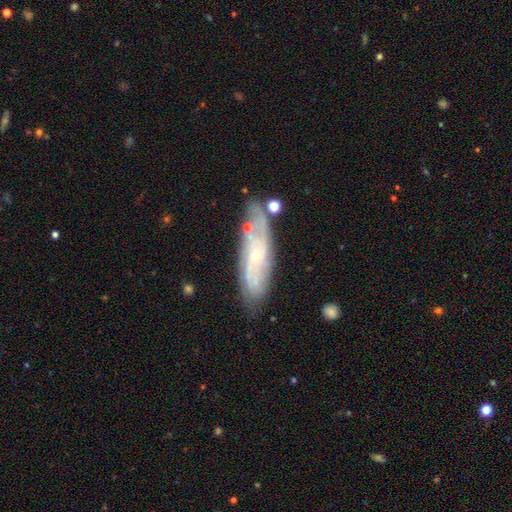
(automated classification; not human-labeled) Overall: featured or disk (71%). Edge-on disk: no (79%). Bar: no (69%). Spiral arms: yes (83%). Bulge size: small (75%). Merging: none (71%).